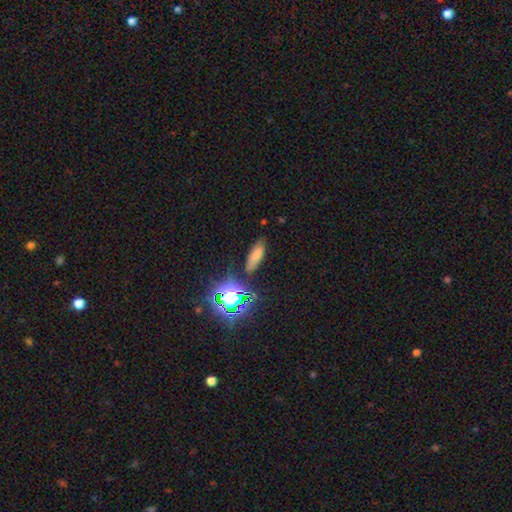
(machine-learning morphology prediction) Overall: smooth (68%). How rounded: in between (63%; cigar-shaped 32%). Merging: none (76%).